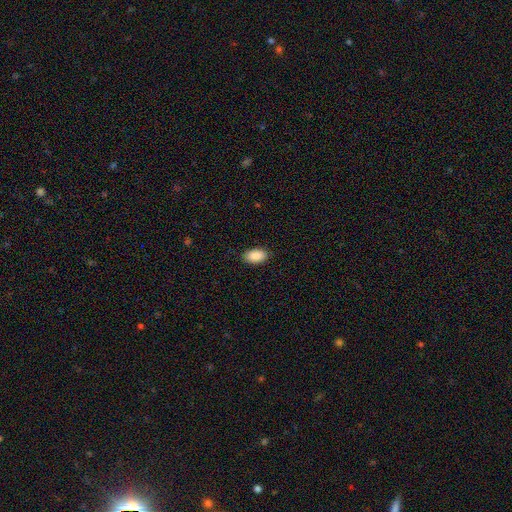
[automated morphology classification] Smooth or featured?
  - smooth: 91% *
  - star or artifact: 6%
  - featured or disk: 3%
How rounded?
  - in between: 94% *
  - round: 4%
  - cigar-shaped: 2%
Merging?
  - none: 88% *
  - minor disturbance: 9%
  - major disturbance: 2%
  - merger: 1%